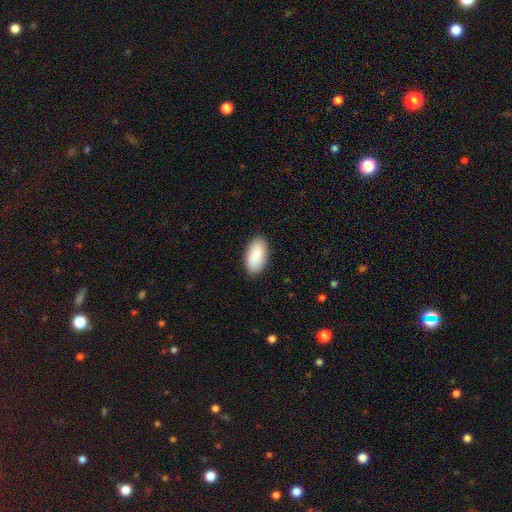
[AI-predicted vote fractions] Smooth or featured? smooth (90%)
How rounded? in between (95%)
Merging? none (89%)